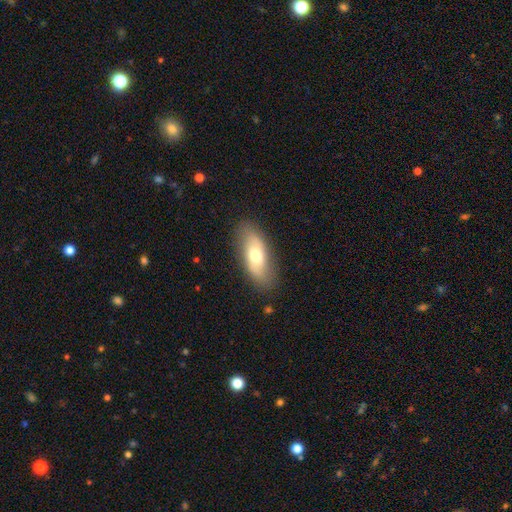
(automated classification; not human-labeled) Morphology: type=smooth (60%); roundness=in between (77%); merging=none (83%).